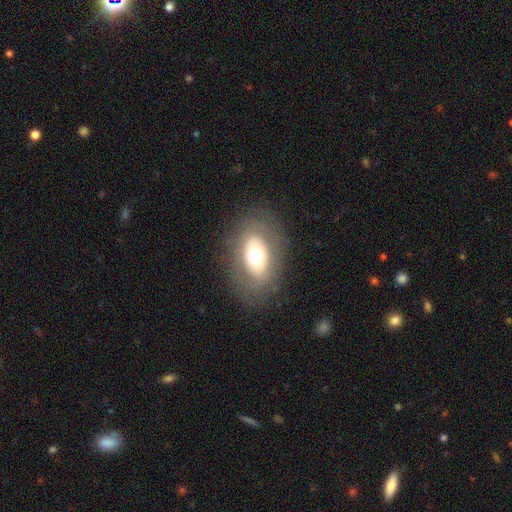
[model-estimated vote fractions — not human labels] A smooth galaxy with no disk features (57%) that is in between round and cigar-shaped (78%).

Vote fractions:
- Smooth or featured? smooth: 57% / featured or disk: 31% / star or artifact: 12%
- How rounded? in between: 78% / round: 20% / cigar-shaped: 1%
- Merging? none: 81% / minor disturbance: 11% / major disturbance: 7% / merger: 1%